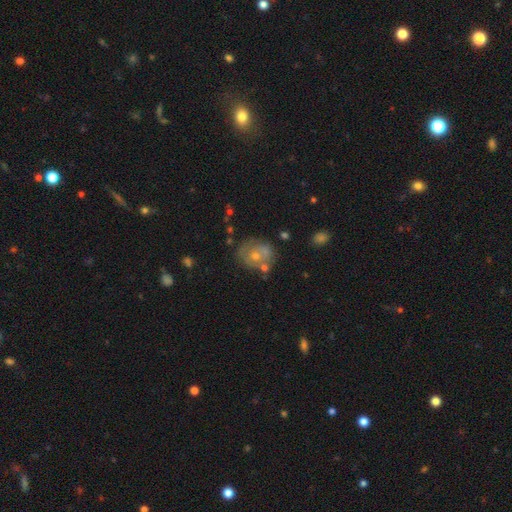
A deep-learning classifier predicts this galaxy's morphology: This is marginally a featured or disk galaxy (42%). Merging: likely none (61%).